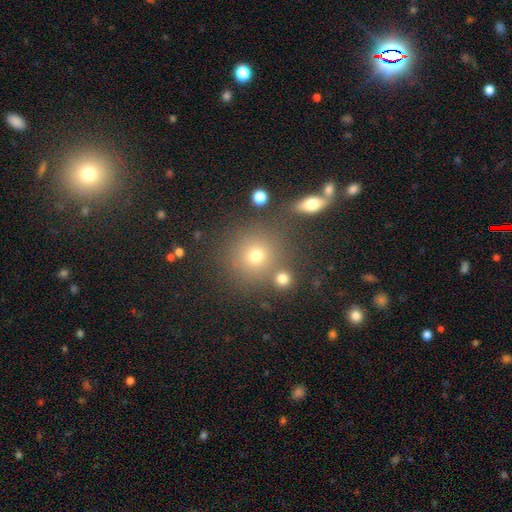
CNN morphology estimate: type=smooth (71%); roundness=round (90%); merging=none (76%).